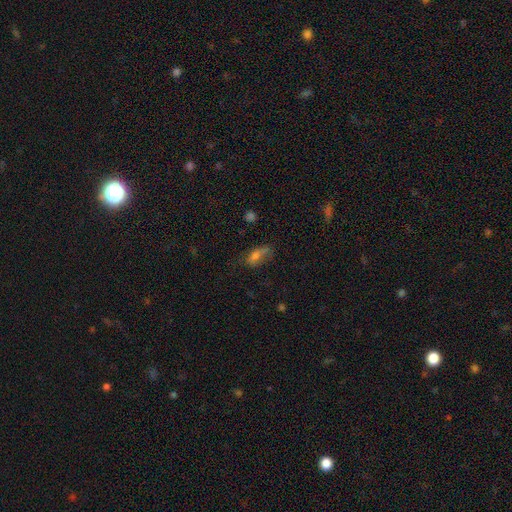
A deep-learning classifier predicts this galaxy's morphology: smooth_or_featured: smooth (p=0.60) [alt: featured or disk p=0.24]
how_rounded: in between (p=0.76) [alt: cigar-shaped p=0.17]
merging: none (p=0.47) [alt: minor disturbance p=0.28]